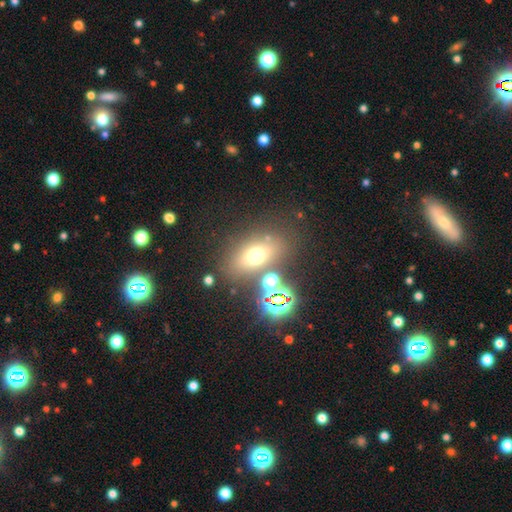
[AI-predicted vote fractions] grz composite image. It shows a smooth galaxy with no disk features (57%) that is in between round and cigar-shaped (66%). Merging: none (73%).